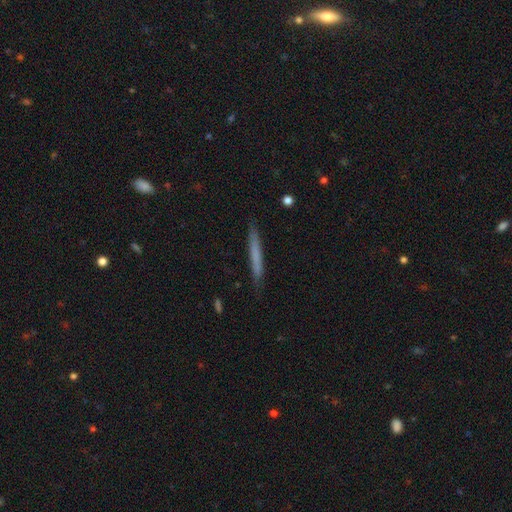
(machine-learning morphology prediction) smooth_or_featured: smooth (p=0.63) [alt: featured or disk p=0.31]
how_rounded: cigar-shaped (p=0.97) [alt: in between p=0.02]
merging: none (p=0.88) [alt: minor disturbance p=0.09]